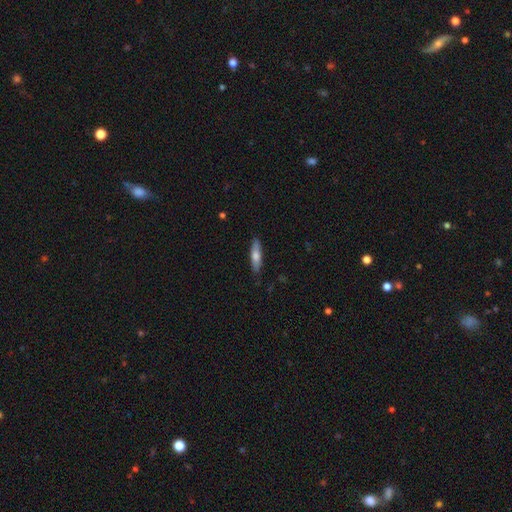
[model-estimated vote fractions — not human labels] Smooth or featured? Predicted: smooth (p=0.63). How rounded? Predicted: cigar-shaped (p=0.77). Merging? Predicted: none (p=0.87).